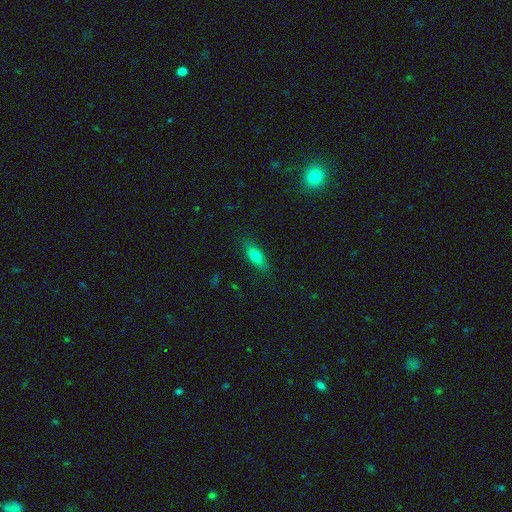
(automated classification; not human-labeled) Q: Smooth or featured?
A: smooth (74%); runner-up: featured or disk (18%)
Q: How rounded?
A: in between (67%); runner-up: cigar-shaped (30%)
Q: Merging?
A: none (85%); runner-up: minor disturbance (11%)